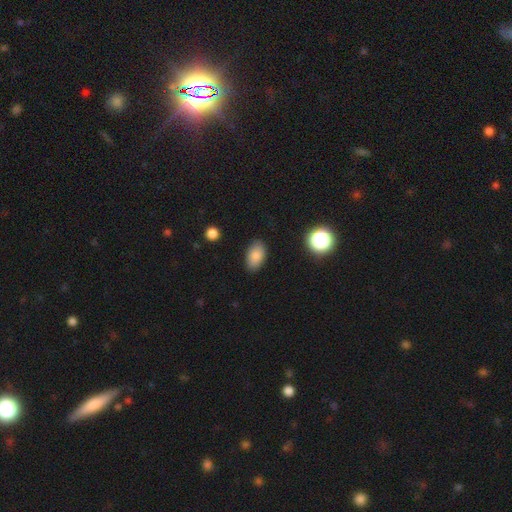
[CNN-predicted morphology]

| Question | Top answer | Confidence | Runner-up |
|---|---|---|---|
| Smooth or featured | smooth | 84% | star or artifact (9%) |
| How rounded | in between | 92% | round (7%) |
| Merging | none | 85% | minor disturbance (11%) |